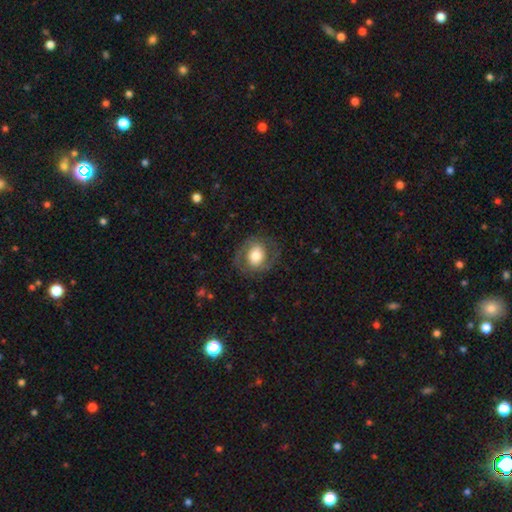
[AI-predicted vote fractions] This is possibly a featured or disk galaxy (58%). It is clearly not viewed edge-on (97%). Bar: possibly no (58%). Spiral arm pattern: likely yes (74%). Central bulge: marginally moderate (43%). Merging: likely none (77%).